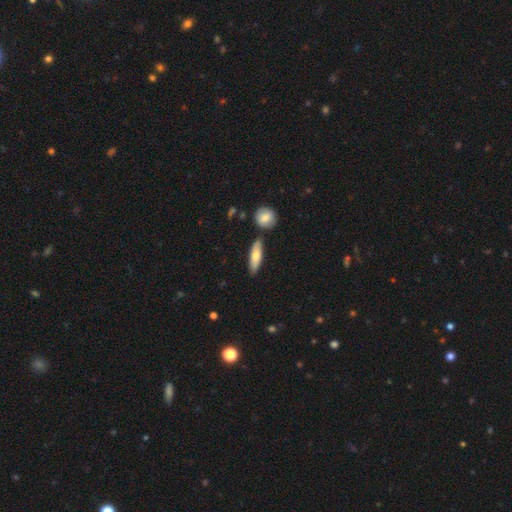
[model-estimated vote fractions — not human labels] Overall: smooth (73%). How rounded: cigar-shaped (54%; in between 43%). Merging: none (77%).